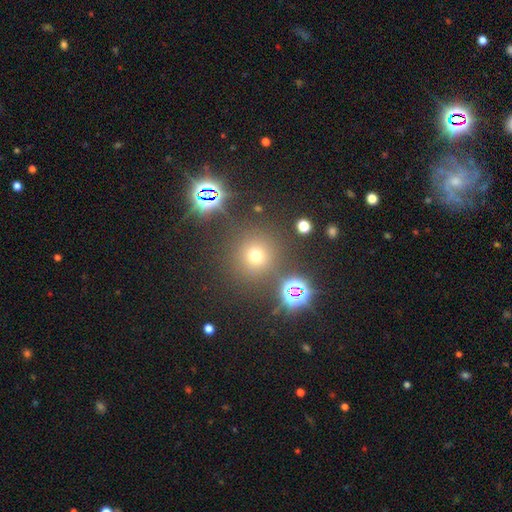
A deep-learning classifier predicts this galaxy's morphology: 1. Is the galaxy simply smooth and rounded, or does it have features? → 60% smooth, 32% star or artifact, 8% featured or disk.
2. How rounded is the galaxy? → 94% round, 5% in between, 1% cigar-shaped.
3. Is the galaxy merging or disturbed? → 84% none, 7% minor disturbance, 5% merger, 4% major disturbance.